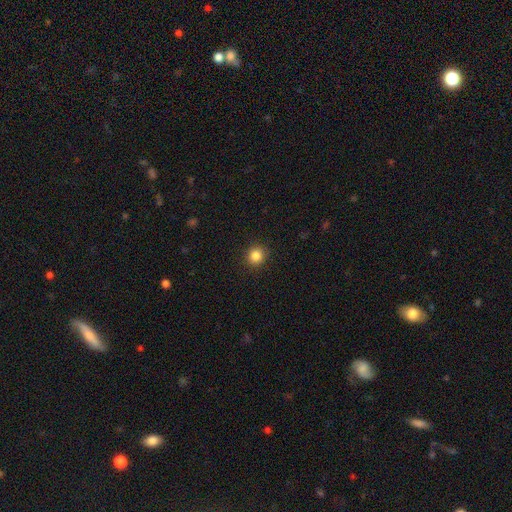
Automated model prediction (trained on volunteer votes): Smooth or featured? Predicted: smooth (p=0.85). How rounded? Predicted: round (p=0.91). Merging? Predicted: none (p=0.91).